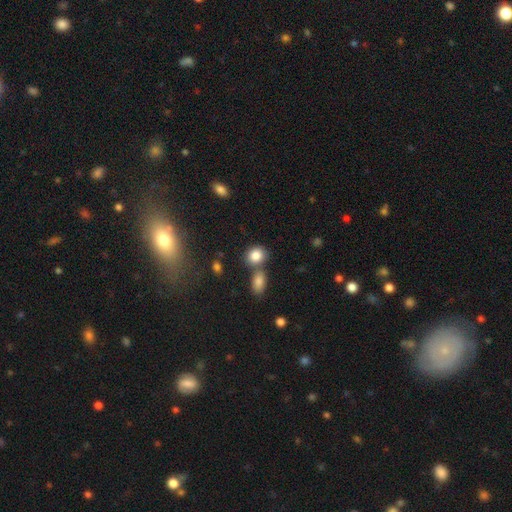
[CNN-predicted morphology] Overall: smooth (84%). How rounded: round (56%; in between 42%). Merging: none (55%; merger 31%).